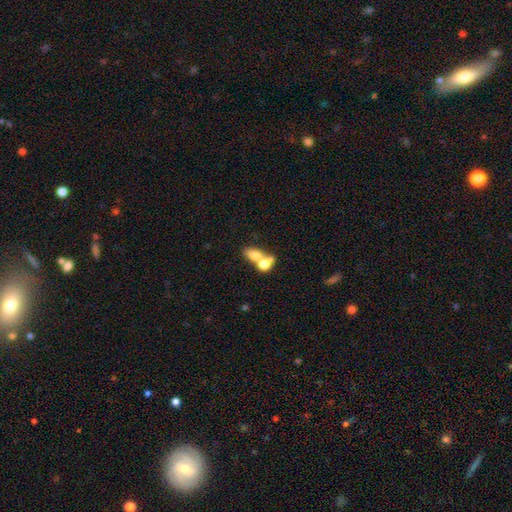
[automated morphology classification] Smooth or featured? Predicted: smooth (p=0.71). How rounded? Predicted: in between (p=0.69). Merging? Predicted: merger (p=0.65).